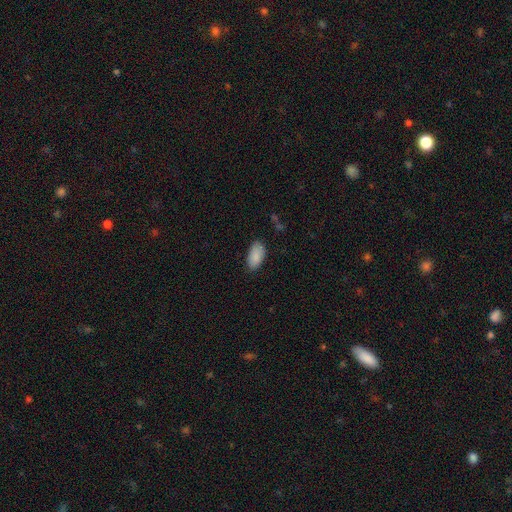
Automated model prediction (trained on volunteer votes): This appears to be a smooth galaxy with no disk features (89%) that is in between round and cigar-shaped (94%). Merging: none (78%).